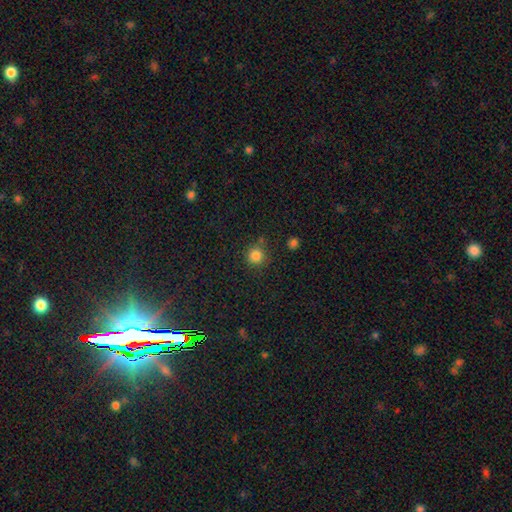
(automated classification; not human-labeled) smooth-or-featured: smooth: 84% | star or artifact: 12% | featured or disk: 4%
  how-rounded: round: 93% | in between: 6% | cigar-shaped: 1%
  merging: none: 79% | minor disturbance: 11% | merger: 6% | major disturbance: 4%